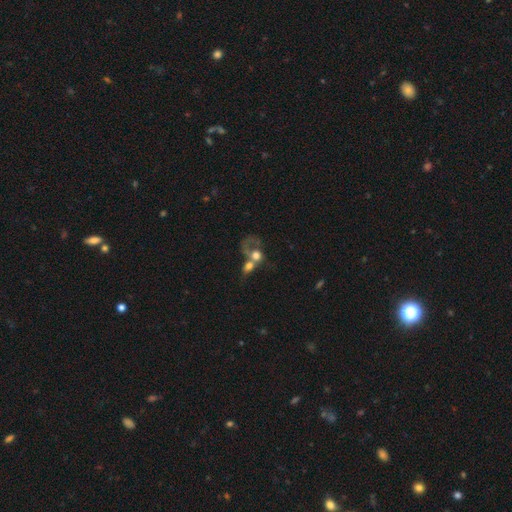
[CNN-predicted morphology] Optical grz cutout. It shows a smooth galaxy with no disk features (50%) that is round (55%). Merging: merger (69%).